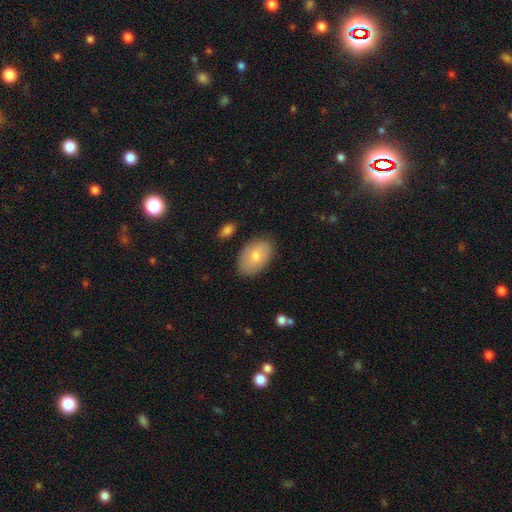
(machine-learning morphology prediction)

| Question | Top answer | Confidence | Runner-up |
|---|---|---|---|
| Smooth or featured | smooth | 74% | featured or disk (19%) |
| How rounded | in between | 91% | round (8%) |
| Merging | none | 84% | minor disturbance (12%) |